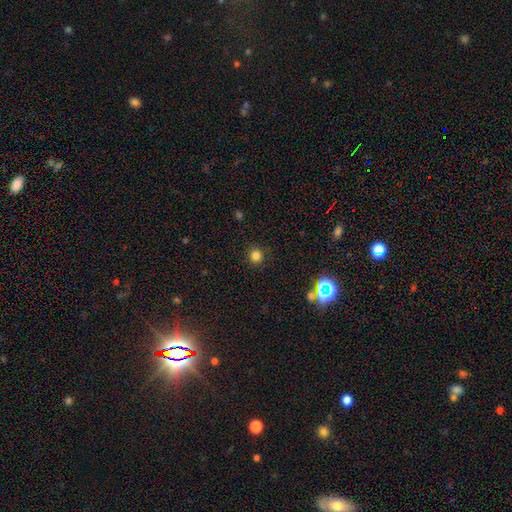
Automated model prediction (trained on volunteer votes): This appears to be a smooth galaxy with no disk features (81%) that is round (92%). Merging: none (88%).